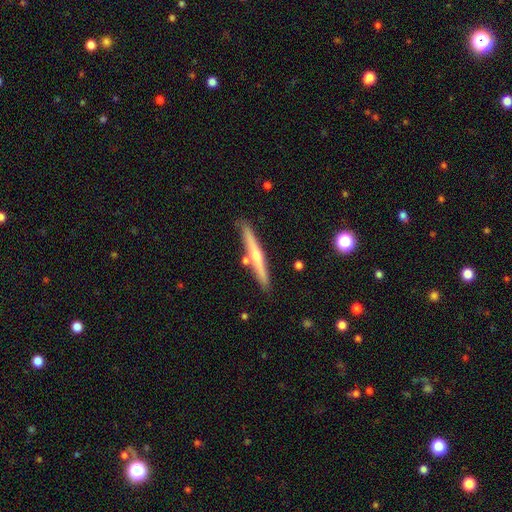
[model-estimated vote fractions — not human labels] The model was most divided on "smooth or featured": featured or disk: 66%, smooth: 28%, star or artifact: 6%. More confident: edge-on disk — yes (97%); merging — none (85%); edge-on bulge — rounded (82%).